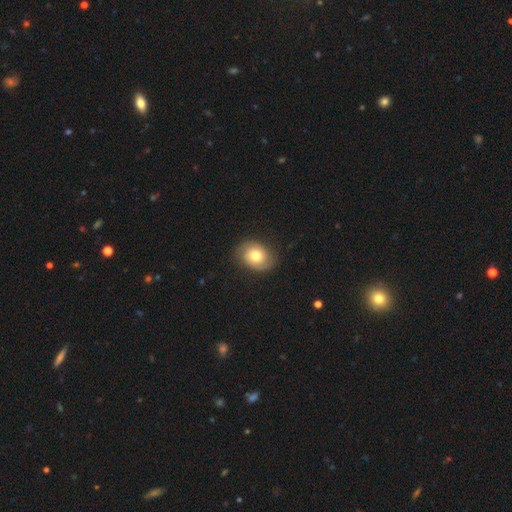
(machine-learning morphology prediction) A smooth galaxy with no disk features (51%) that is in between round and cigar-shaped (57%). Merging: none (80%).